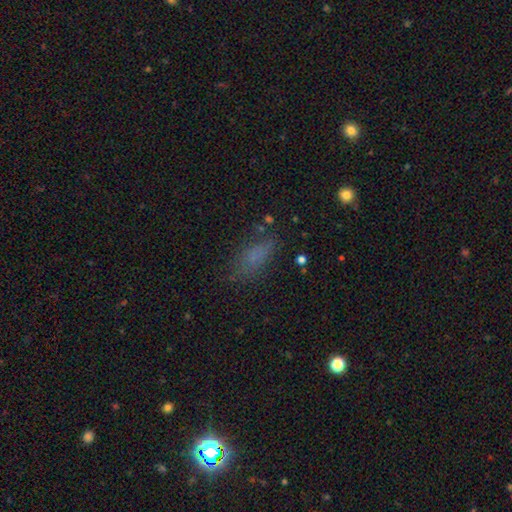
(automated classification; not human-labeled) smooth_or_featured: smooth (p=0.70) [alt: star or artifact p=0.17]
how_rounded: in between (p=0.73) [alt: cigar-shaped p=0.23]
merging: none (p=0.67) [alt: minor disturbance p=0.20]